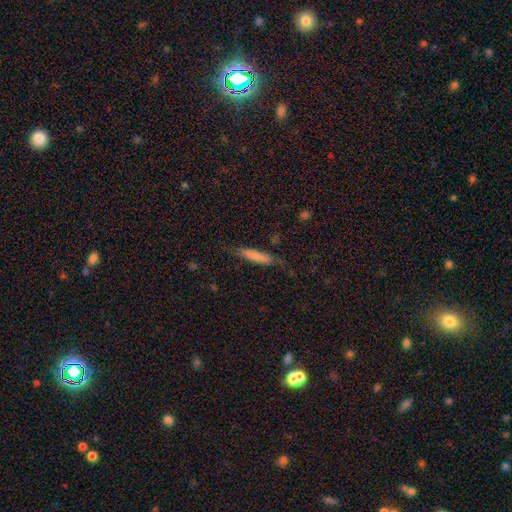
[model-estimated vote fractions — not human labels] Morphology: type=smooth (73%); roundness=cigar-shaped (85%); merging=none (74%).